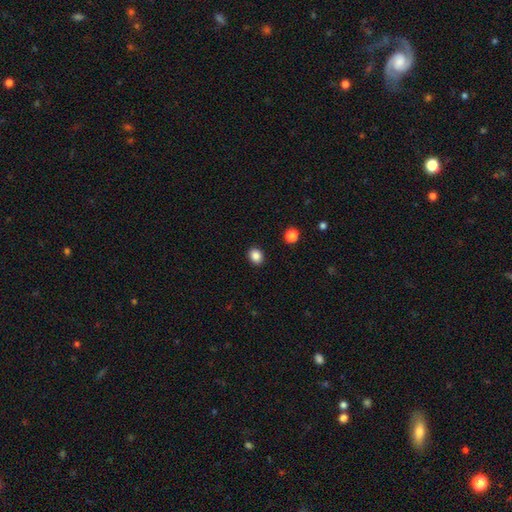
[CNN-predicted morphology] The model was most divided on "how rounded": round: 57%, in between: 42%, cigar-shaped: 1%. More confident: merging — none (91%); smooth or featured — smooth (86%).